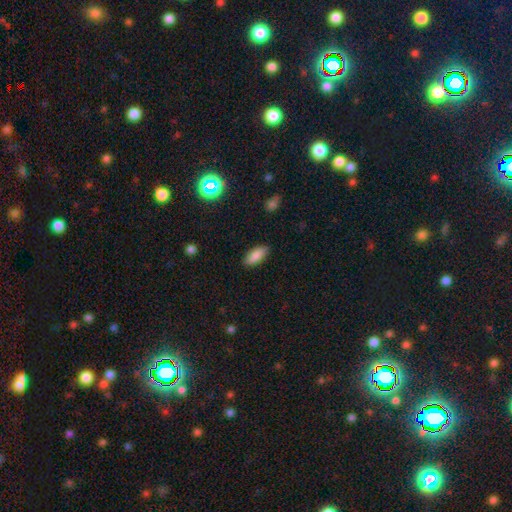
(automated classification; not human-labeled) smooth 86%, star or artifact 8%, featured or disk 7%. Down the decision tree: how rounded — in between (86%); merging — none (86%).